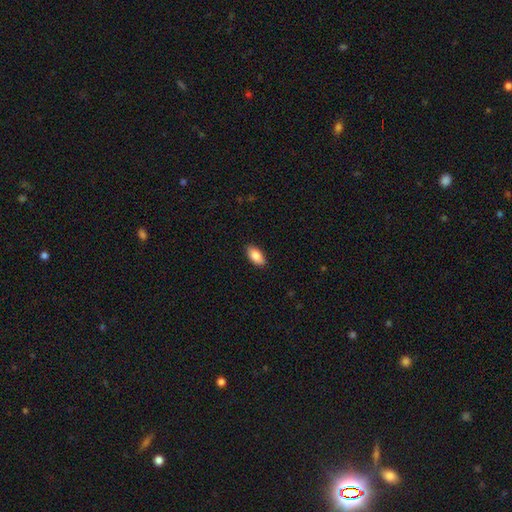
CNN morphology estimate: Smooth or featured? smooth (86%)
How rounded? in between (92%)
Merging? none (89%)